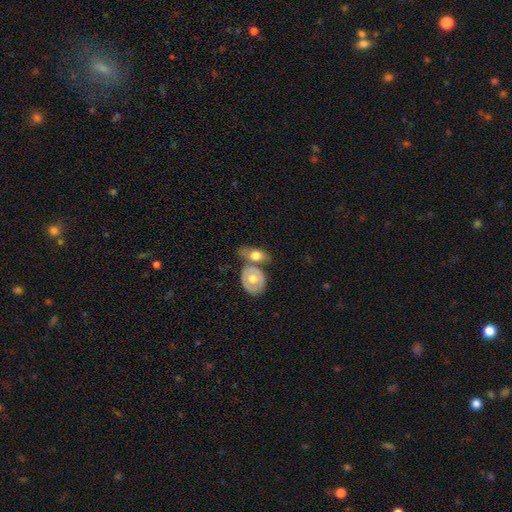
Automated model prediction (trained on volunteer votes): Smooth or featured: smooth — 58% (featured or disk — 36%)
How rounded: in between — 75% (round — 20%)
Merging: merger — 44% (none — 37%)